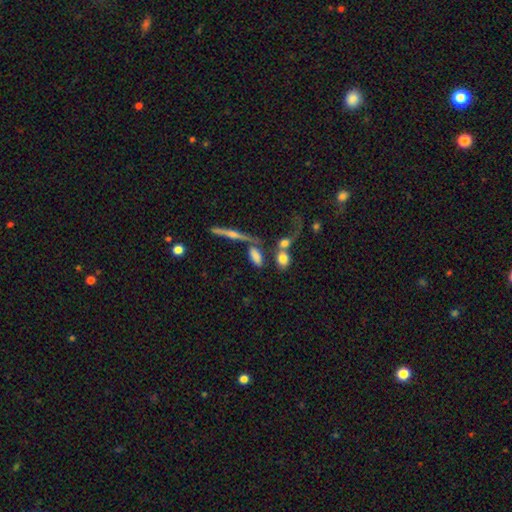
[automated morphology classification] Q: Smooth or featured?
A: smooth (71%); runner-up: featured or disk (20%)
Q: How rounded?
A: in between (79%); runner-up: cigar-shaped (12%)
Q: Merging?
A: none (49%); runner-up: merger (27%)